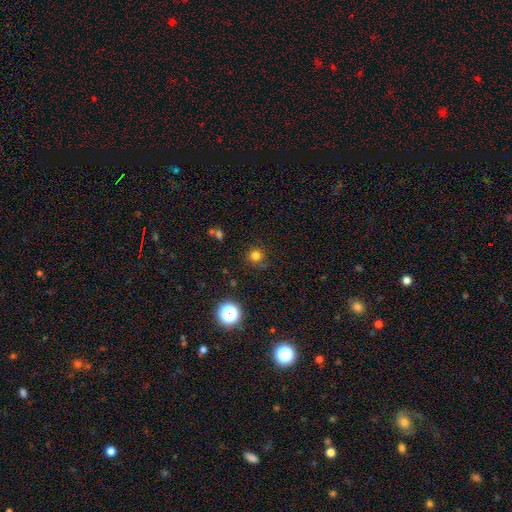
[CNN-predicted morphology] A smooth galaxy with no disk features (77%) that is round (93%). Merging: none (83%).